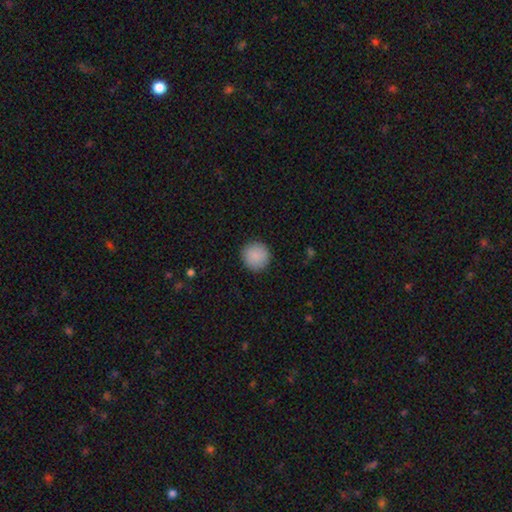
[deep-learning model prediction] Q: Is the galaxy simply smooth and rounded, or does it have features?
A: smooth — 89%.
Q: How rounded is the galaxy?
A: round — 95%.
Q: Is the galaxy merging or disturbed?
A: none — 91%.